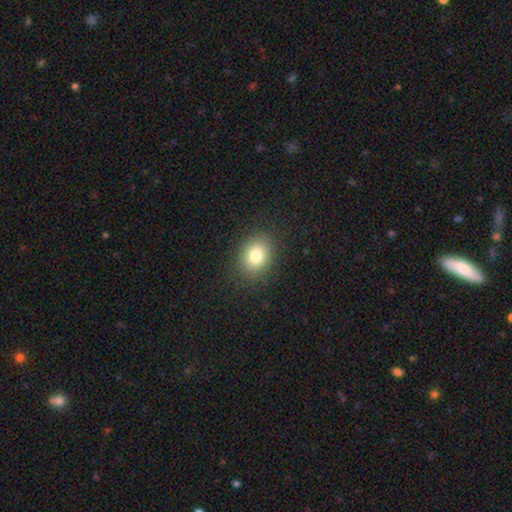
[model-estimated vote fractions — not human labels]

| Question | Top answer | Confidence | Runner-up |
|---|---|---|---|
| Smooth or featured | smooth | 80% | star or artifact (11%) |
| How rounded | in between | 52% | round (47%) |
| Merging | none | 87% | minor disturbance (9%) |